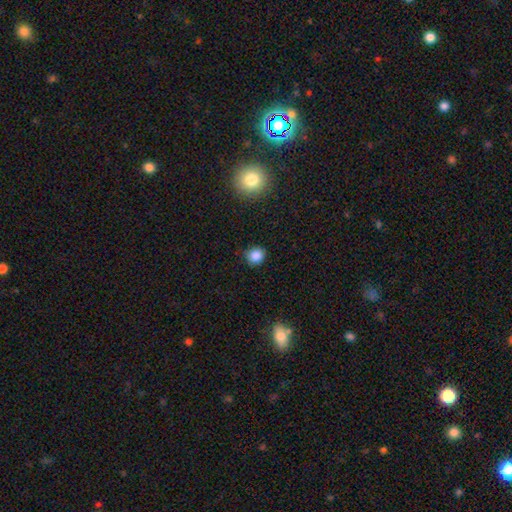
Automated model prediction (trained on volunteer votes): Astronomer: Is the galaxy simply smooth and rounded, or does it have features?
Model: smooth — 85%.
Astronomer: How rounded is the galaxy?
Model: round — 79%.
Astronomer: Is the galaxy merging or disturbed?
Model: none — 83%.